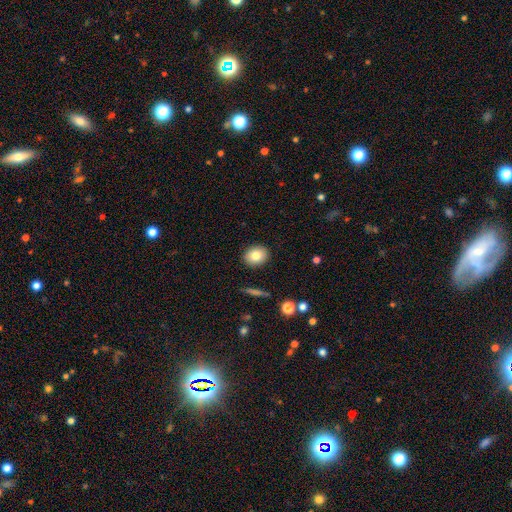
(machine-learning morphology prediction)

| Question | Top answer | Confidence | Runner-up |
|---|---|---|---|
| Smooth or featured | smooth | 81% | featured or disk (11%) |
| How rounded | round | 55% | in between (44%) |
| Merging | none | 90% | minor disturbance (7%) |